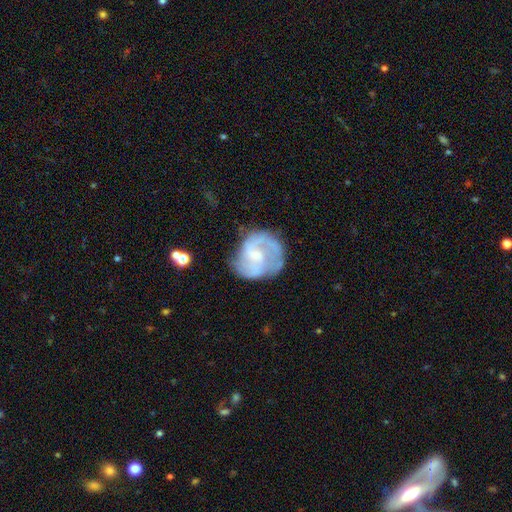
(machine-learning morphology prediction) A featured or disk galaxy (73%) with a weak bar (47%), 2 (54%) medium (44%) spiral arms (86%) and a small central bulge (58%). Merging: none (59%).